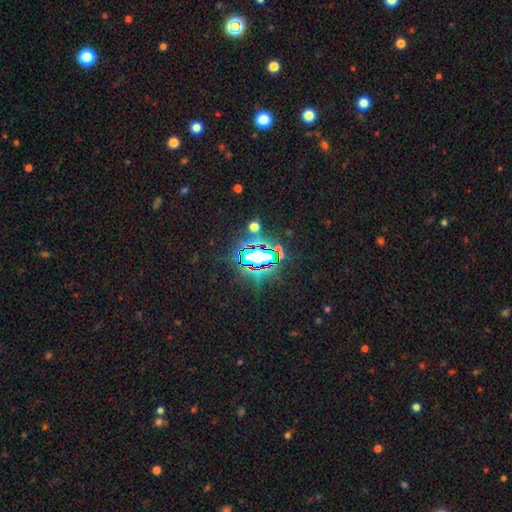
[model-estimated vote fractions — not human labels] Q: Smooth or featured?
A: star or artifact (80%); runner-up: smooth (13%)